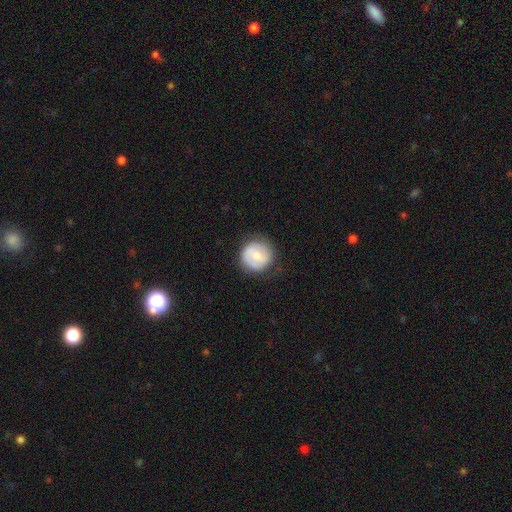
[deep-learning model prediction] Smooth or featured? Predicted: smooth (p=0.62). How rounded? Predicted: round (p=0.94). Merging? Predicted: none (p=0.81).